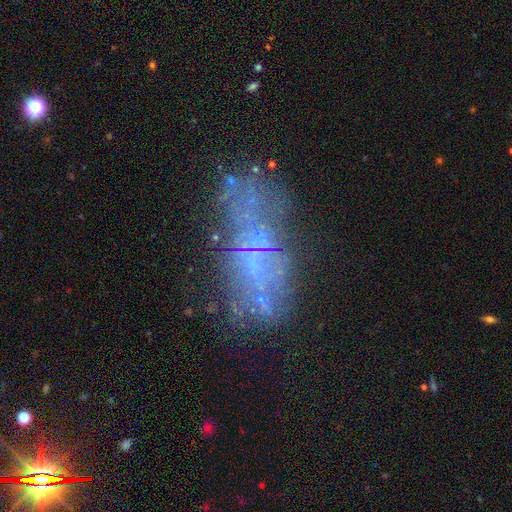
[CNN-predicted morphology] A featured or disk galaxy (54%). Merging: none (50%).